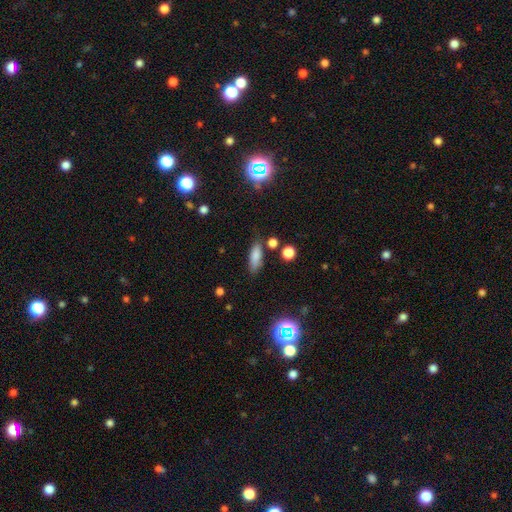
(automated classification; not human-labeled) A smooth galaxy with no disk features (80%) that is in between round and cigar-shaped (61%). Merging: none (74%).